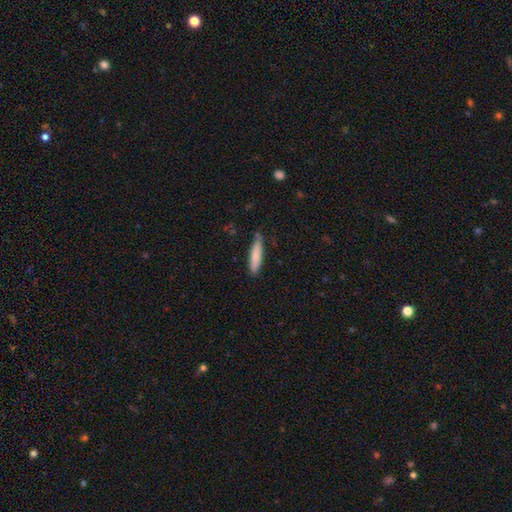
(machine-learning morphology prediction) Smooth or featured: smooth — 82% (featured or disk — 13%)
How rounded: cigar-shaped — 80% (in between — 18%)
Merging: none — 77% (minor disturbance — 18%)